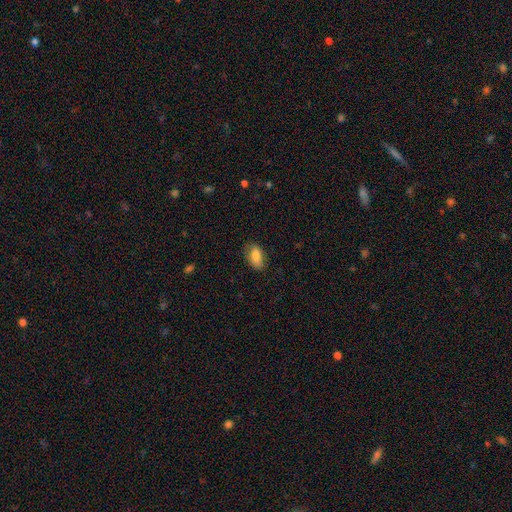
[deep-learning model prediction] A smooth galaxy with no disk features (82%) that is in between round and cigar-shaped (89%).

Vote fractions:
- Smooth or featured? smooth: 82% / featured or disk: 11% / star or artifact: 7%
- How rounded? in between: 89% / cigar-shaped: 6% / round: 4%
- Merging? none: 77% / minor disturbance: 18% / major disturbance: 4% / merger: 1%